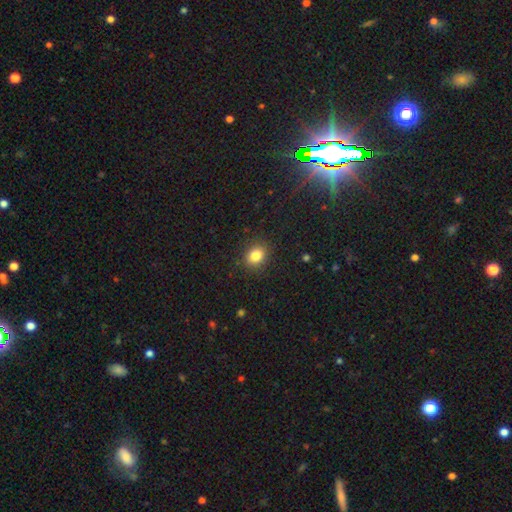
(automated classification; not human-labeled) A smooth galaxy with no disk features (83%) that is round (51%).

Vote fractions:
- Smooth or featured? smooth: 83% / star or artifact: 11% / featured or disk: 6%
- How rounded? round: 51% / in between: 48% / cigar-shaped: 1%
- Merging? none: 88% / minor disturbance: 8% / major disturbance: 3% / merger: 1%